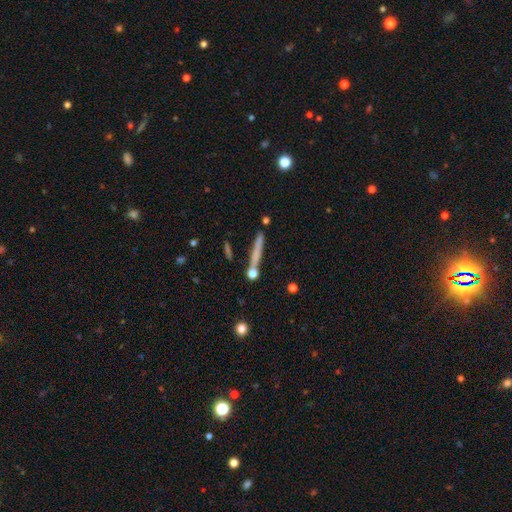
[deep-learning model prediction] A smooth galaxy with no disk features (62%) that is cigar-shaped (94%).

Vote fractions:
- Smooth or featured? smooth: 62% / featured or disk: 31% / star or artifact: 8%
- How rounded? cigar-shaped: 94% / in between: 3% / round: 3%
- Merging? none: 78% / minor disturbance: 11% / merger: 8% / major disturbance: 3%